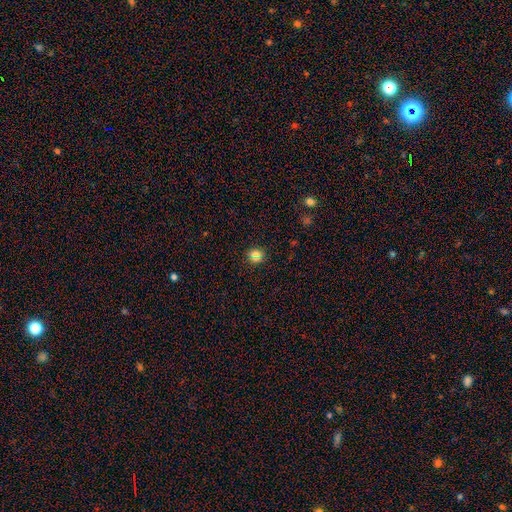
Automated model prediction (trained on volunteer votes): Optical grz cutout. It shows a smooth galaxy with no disk features (76%) that is round (83%). Merging: none (82%).